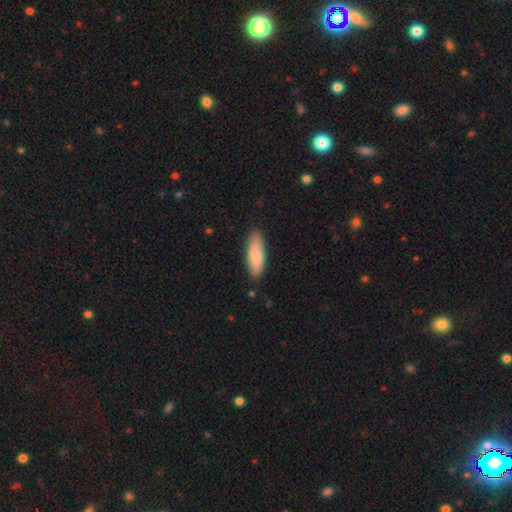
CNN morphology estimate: This is likely a smooth galaxy (80%). How rounded: likely in between (60%). Merging: clearly none (86%).